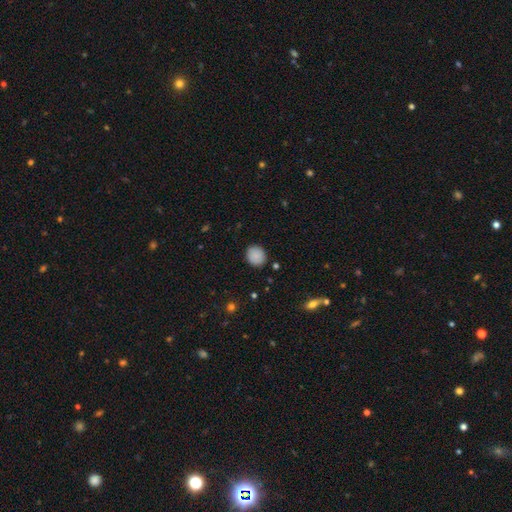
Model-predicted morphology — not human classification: Overall: smooth (87%). How rounded: round (79%). Merging: none (87%).